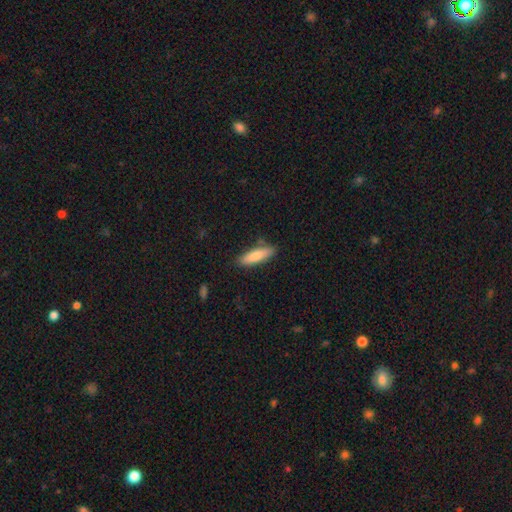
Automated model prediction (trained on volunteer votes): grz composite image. It shows a smooth galaxy with no disk features (81%) that is cigar-shaped (67%). Merging: none (81%).